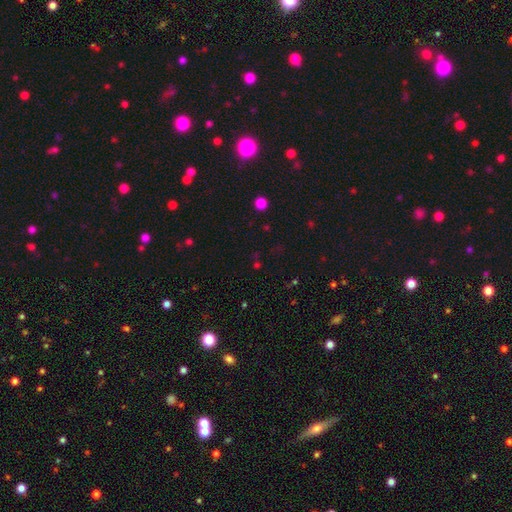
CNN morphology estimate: A star or artifact, not a galaxy (60%).